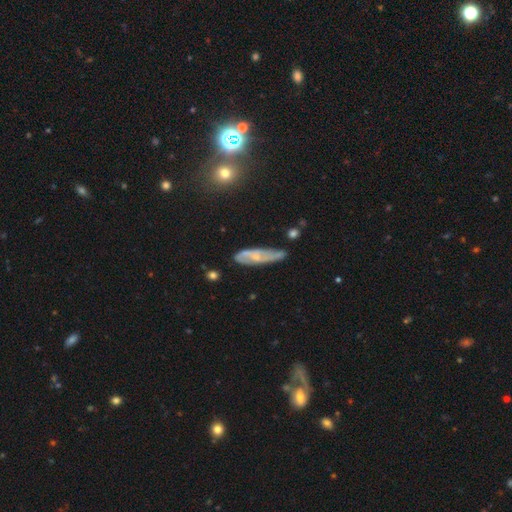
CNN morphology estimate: Smooth or featured: featured or disk — 59% (smooth — 33%)
Edge-on disk: no — 70% (yes — 30%)
Merging: none — 61% (minor disturbance — 27%)